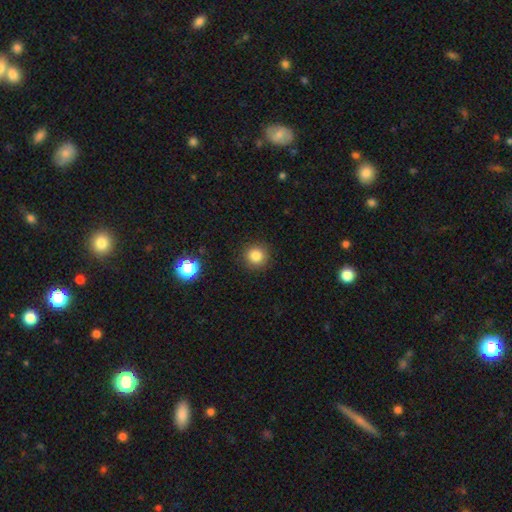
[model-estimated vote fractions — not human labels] smooth 83%, star or artifact 12%, featured or disk 5%. Down the decision tree: how rounded — round (94%); merging — none (91%).